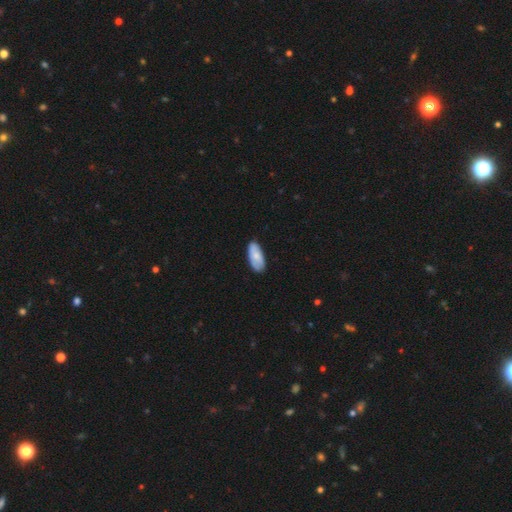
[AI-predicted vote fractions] smooth 76%, featured or disk 19%, star or artifact 6%. Down the decision tree: how rounded — in between (88%); merging — none (81%).